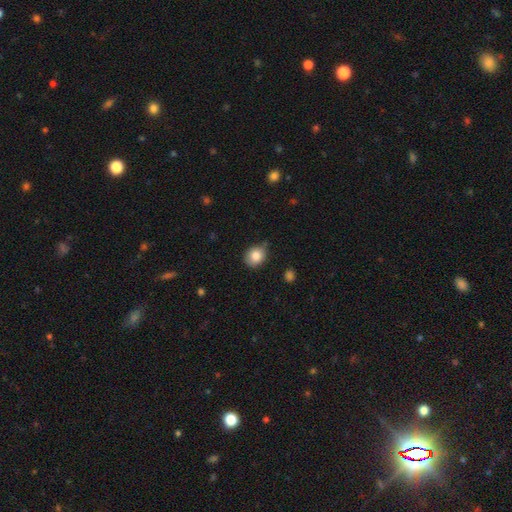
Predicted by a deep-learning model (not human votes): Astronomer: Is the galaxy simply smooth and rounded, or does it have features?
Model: smooth — 84%.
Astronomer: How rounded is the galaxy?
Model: round — 67%.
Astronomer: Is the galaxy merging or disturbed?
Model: none — 72%.